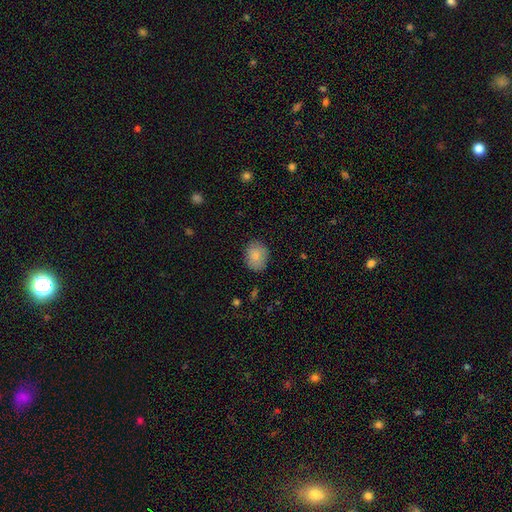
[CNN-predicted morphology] smooth_or_featured: smooth (p=0.84) [alt: star or artifact p=0.08]
how_rounded: round (p=0.51) [alt: in between p=0.48]
merging: none (p=0.82) [alt: minor disturbance p=0.14]